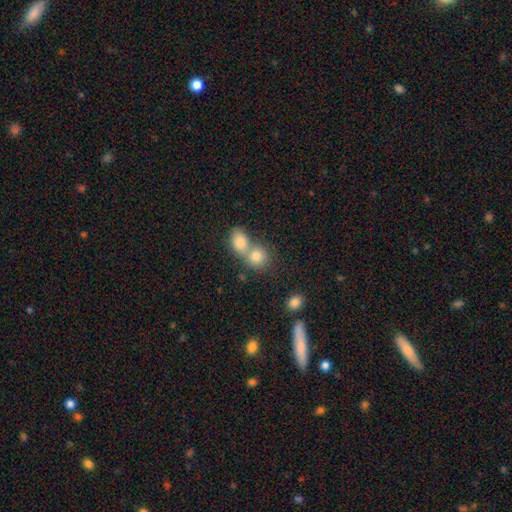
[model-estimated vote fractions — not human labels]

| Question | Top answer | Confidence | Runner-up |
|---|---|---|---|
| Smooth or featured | smooth | 67% | featured or disk (17%) |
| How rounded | round | 70% | in between (26%) |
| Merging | merger | 54% | none (37%) |